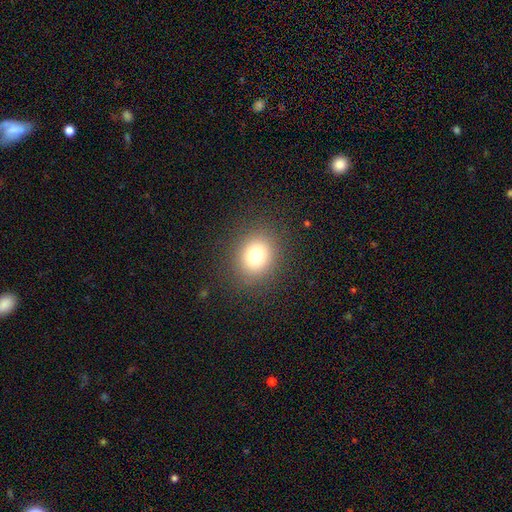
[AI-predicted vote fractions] Morphology: type=smooth (77%); roundness=round (73%); merging=none (88%).